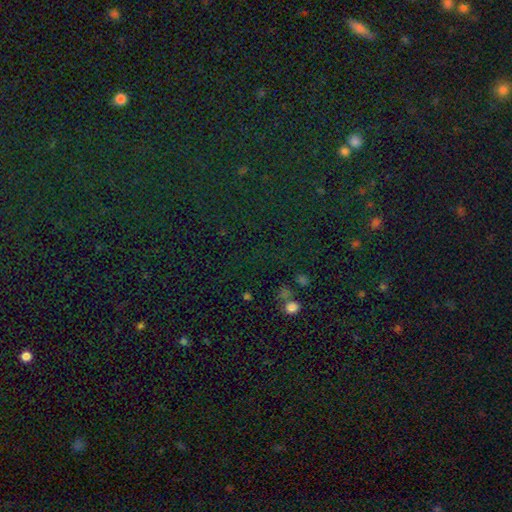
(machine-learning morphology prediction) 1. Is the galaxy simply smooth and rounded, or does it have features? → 75% star or artifact, 17% smooth, 9% featured or disk.